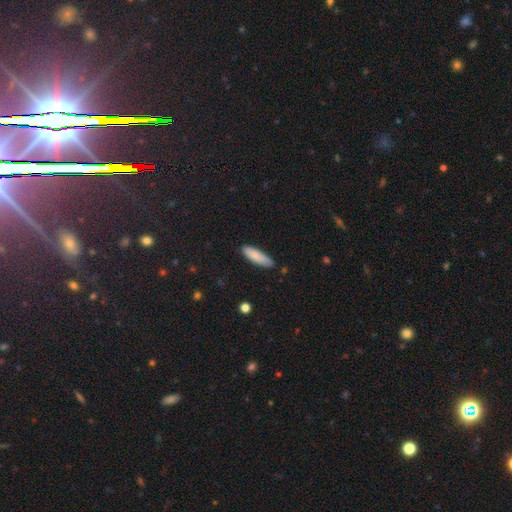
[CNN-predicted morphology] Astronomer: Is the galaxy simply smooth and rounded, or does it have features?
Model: smooth — 85%.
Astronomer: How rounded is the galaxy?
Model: cigar-shaped — 59% (runner-up: in between, 39%).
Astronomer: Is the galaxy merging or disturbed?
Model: none — 80%.